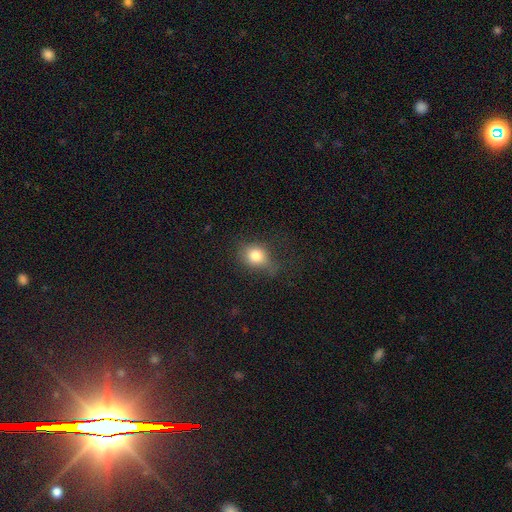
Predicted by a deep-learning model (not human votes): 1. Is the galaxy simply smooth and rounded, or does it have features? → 79% smooth, 12% star or artifact, 9% featured or disk.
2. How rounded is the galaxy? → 58% round, 41% in between, 1% cigar-shaped.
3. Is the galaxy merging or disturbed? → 52% none, 31% minor disturbance, 15% major disturbance, 2% merger.